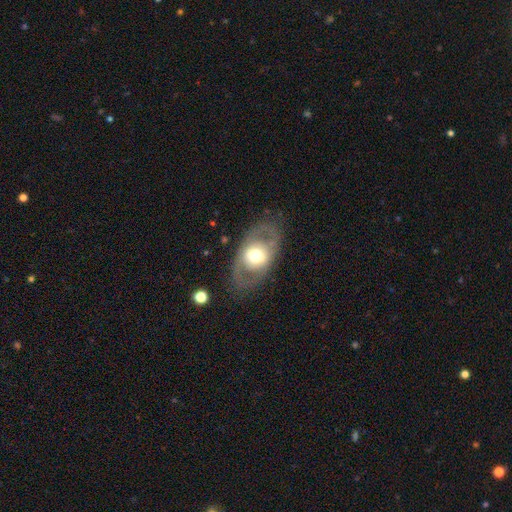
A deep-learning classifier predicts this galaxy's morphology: Smooth or featured?
  - featured or disk: 56% *
  - smooth: 38%
  - star or artifact: 6%
Edge-on disk?
  - no: 89% *
  - yes: 11%
Merging?
  - none: 77% *
  - minor disturbance: 13%
  - major disturbance: 9%
  - merger: 1%